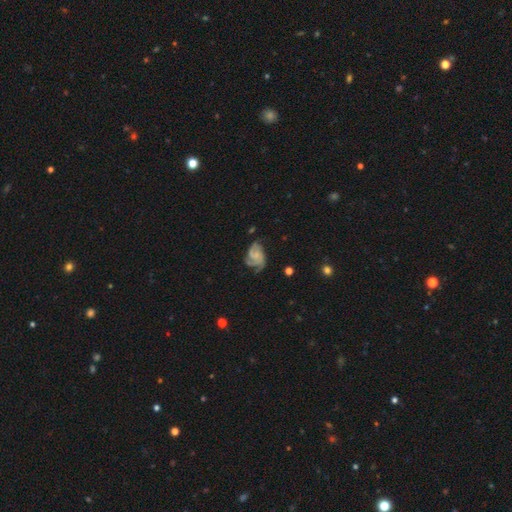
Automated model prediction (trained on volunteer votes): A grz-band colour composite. It shows a featured or disk galaxy (78%) with no bar (67%), 3 (44%) medium (43%) spiral arms (95%) and a small central bulge (43%). Merging: none (56%).